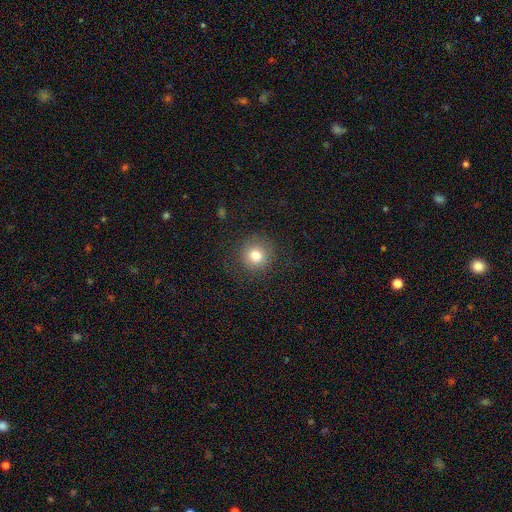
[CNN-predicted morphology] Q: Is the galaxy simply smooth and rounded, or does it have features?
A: smooth — 77%.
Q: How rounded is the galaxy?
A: round — 93%.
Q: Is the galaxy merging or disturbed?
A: none — 84%.